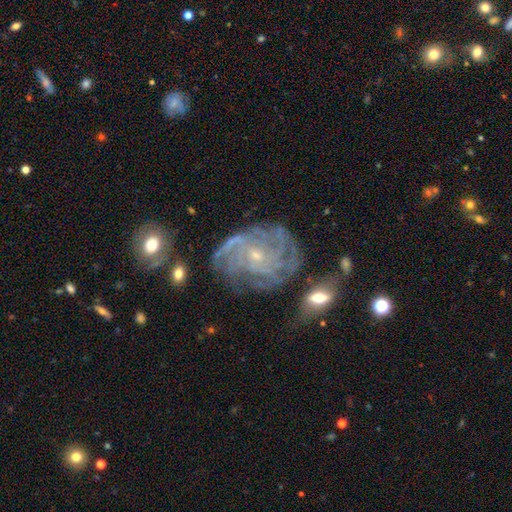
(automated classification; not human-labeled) A featured or disk galaxy (83%) with no bar (74%), tight (65%) spiral arms (91%) and a small central bulge (78%). Merging: none (61%).